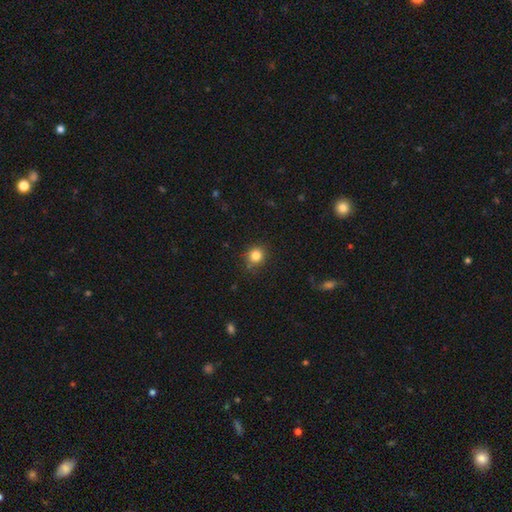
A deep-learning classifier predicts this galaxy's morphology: Q: Smooth or featured?
A: smooth (83%); runner-up: star or artifact (12%)
Q: How rounded?
A: round (88%); runner-up: in between (11%)
Q: Merging?
A: none (84%); runner-up: minor disturbance (11%)